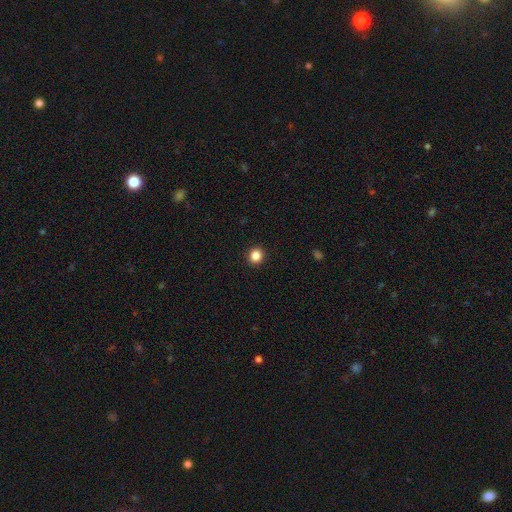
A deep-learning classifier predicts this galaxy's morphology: A smooth galaxy with no disk features (85%) that is round (88%).

Vote fractions:
- Smooth or featured? smooth: 85% / star or artifact: 11% / featured or disk: 4%
- How rounded? round: 88% / in between: 11% / cigar-shaped: 1%
- Merging? none: 93% / minor disturbance: 5% / major disturbance: 2% / merger: 1%